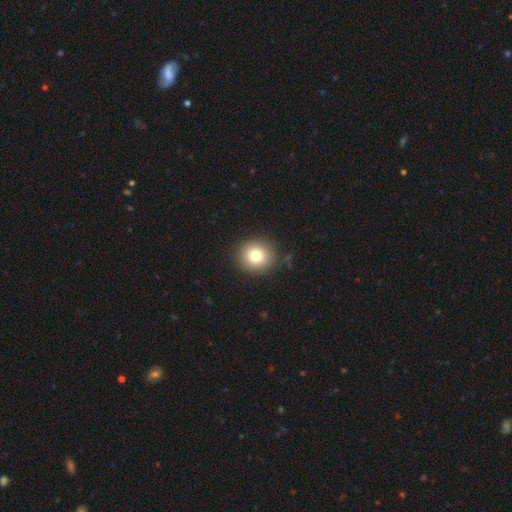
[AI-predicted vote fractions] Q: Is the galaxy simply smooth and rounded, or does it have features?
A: smooth — 79%.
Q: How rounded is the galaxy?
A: round — 91%.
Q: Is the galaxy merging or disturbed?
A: none — 90%.